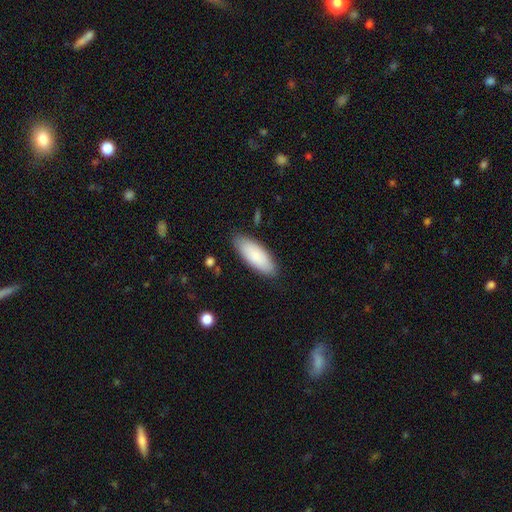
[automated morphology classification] A smooth galaxy with no disk features (85%) that is in between round and cigar-shaped (76%).

Vote fractions:
- Smooth or featured? smooth: 85% / featured or disk: 10% / star or artifact: 6%
- How rounded? in between: 76% / cigar-shaped: 23% / round: 2%
- Merging? none: 85% / minor disturbance: 12% / major disturbance: 2% / merger: 1%